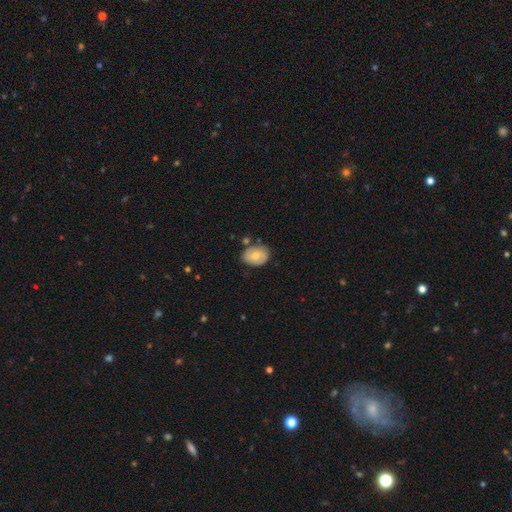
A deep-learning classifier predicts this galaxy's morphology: type=smooth (58%); roundness=in between (67%); merging=none (70%).